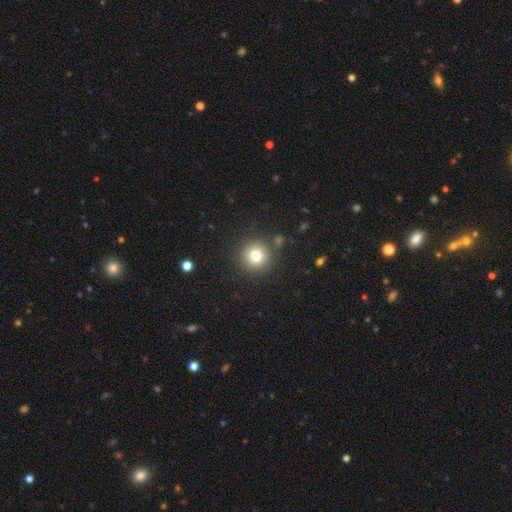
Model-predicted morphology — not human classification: A smooth galaxy with no disk features (78%) that is round (95%).

Vote fractions:
- Smooth or featured? smooth: 78% / star or artifact: 13% / featured or disk: 9%
- How rounded? round: 95% / in between: 4% / cigar-shaped: 1%
- Merging? none: 87% / minor disturbance: 7% / merger: 4% / major disturbance: 3%